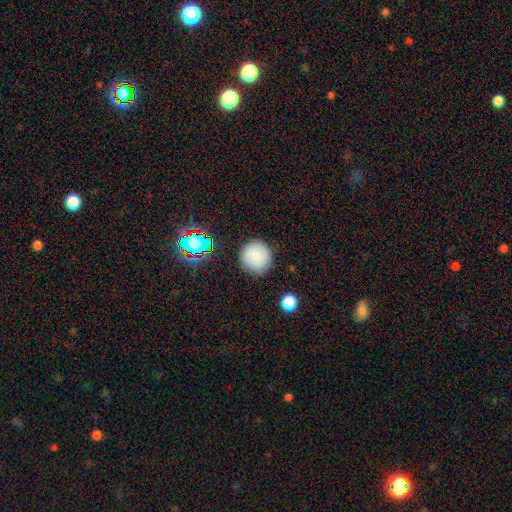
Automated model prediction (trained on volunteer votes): smooth-or-featured: smooth: 81% | star or artifact: 11% | featured or disk: 8%
  how-rounded: round: 94% | in between: 5% | cigar-shaped: 1%
  merging: none: 87% | minor disturbance: 9% | major disturbance: 3% | merger: 2%